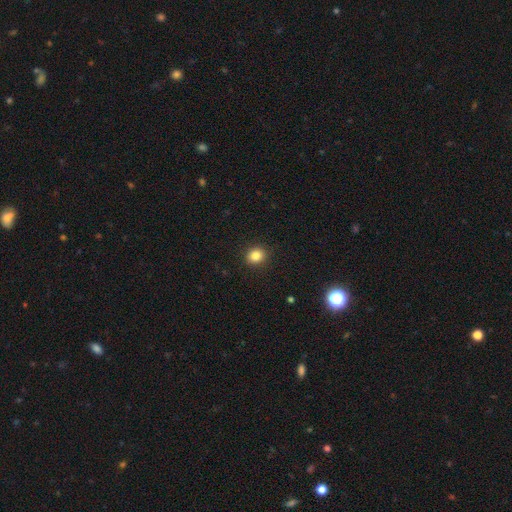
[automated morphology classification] The model was most divided on "how rounded": round: 73%, in between: 26%, cigar-shaped: 1%. More confident: merging — none (91%); smooth or featured — smooth (85%).